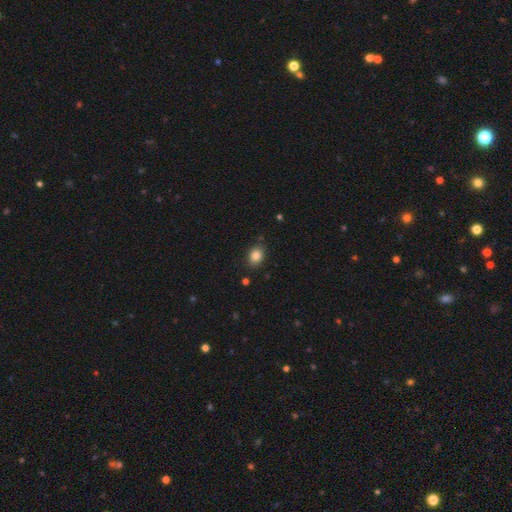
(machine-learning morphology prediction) Smooth or featured? Predicted: smooth (p=0.84). How rounded? Predicted: in between (p=0.55). Merging? Predicted: none (p=0.86).